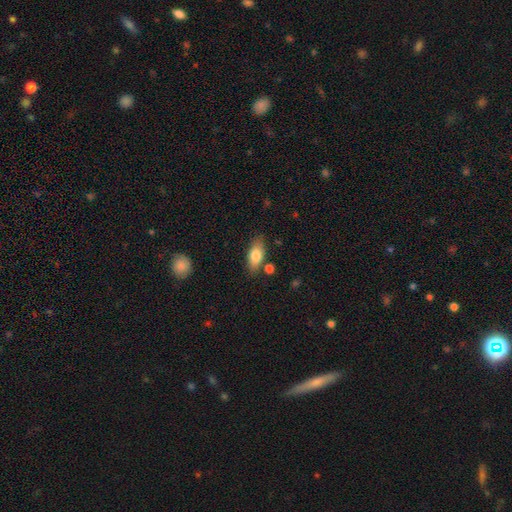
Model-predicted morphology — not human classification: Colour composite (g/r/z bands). It shows a smooth galaxy with no disk features (78%) that is in between round and cigar-shaped (83%). Merging: none (78%).